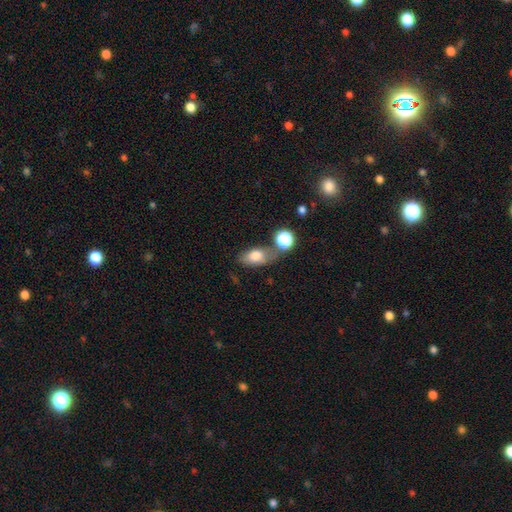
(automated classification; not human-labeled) Morphology: type=smooth (76%); roundness=in between (86%); merging=none (57%).